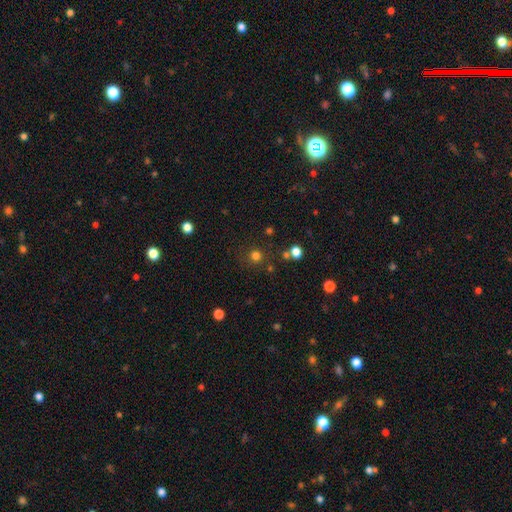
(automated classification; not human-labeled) Smooth or featured? smooth (76%)
How rounded? round (93%)
Merging? none (82%)